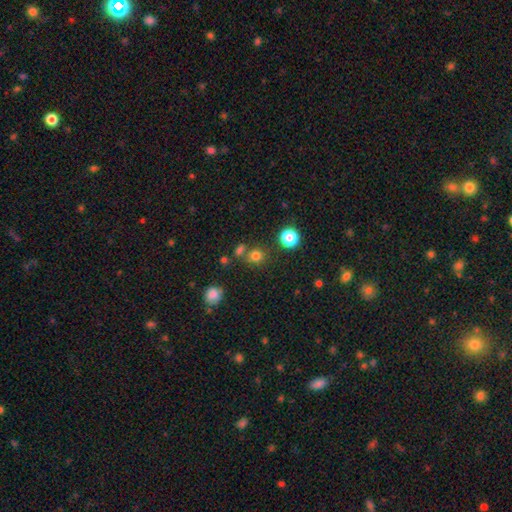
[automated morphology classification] Q: Smooth or featured?
A: smooth (76%); runner-up: star or artifact (17%)
Q: How rounded?
A: round (84%); runner-up: in between (15%)
Q: Merging?
A: none (71%); runner-up: merger (16%)